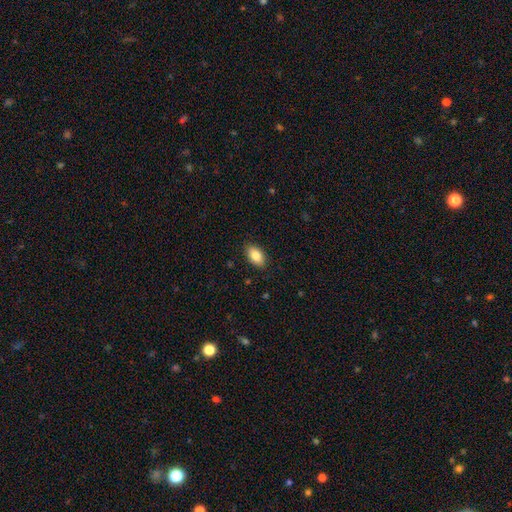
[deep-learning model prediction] Smooth or featured?
  - smooth: 85% *
  - featured or disk: 8%
  - star or artifact: 7%
How rounded?
  - in between: 93% *
  - round: 5%
  - cigar-shaped: 3%
Merging?
  - none: 88% *
  - minor disturbance: 9%
  - major disturbance: 2%
  - merger: 1%